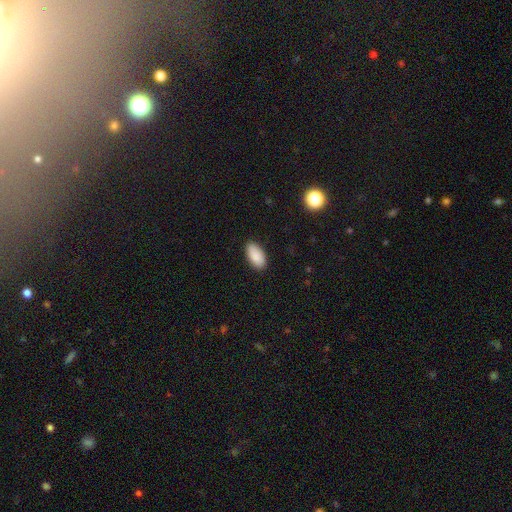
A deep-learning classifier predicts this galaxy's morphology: Smooth or featured? smooth (90%)
How rounded? in between (94%)
Merging? none (88%)